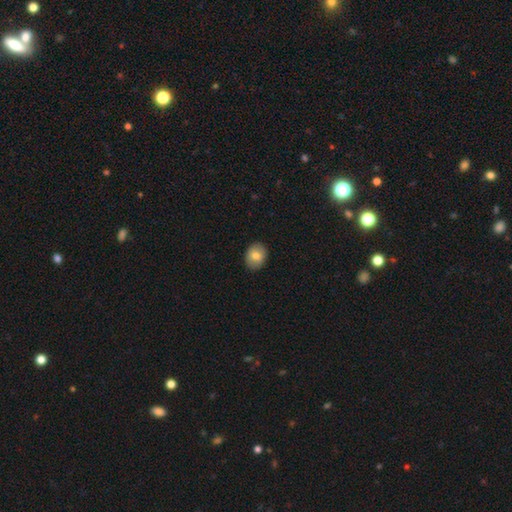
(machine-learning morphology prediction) Overall: smooth (78%). How rounded: in between (56%; round 43%). Merging: none (89%).